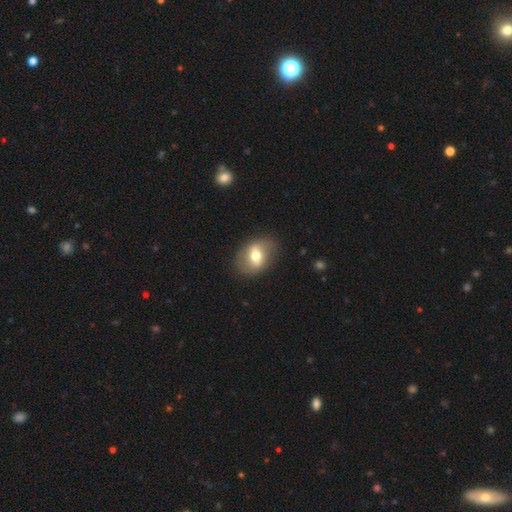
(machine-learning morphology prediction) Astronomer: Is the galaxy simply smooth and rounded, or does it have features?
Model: smooth — 48% (runner-up: featured or disk, 45%).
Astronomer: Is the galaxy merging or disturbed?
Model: none — 81%.